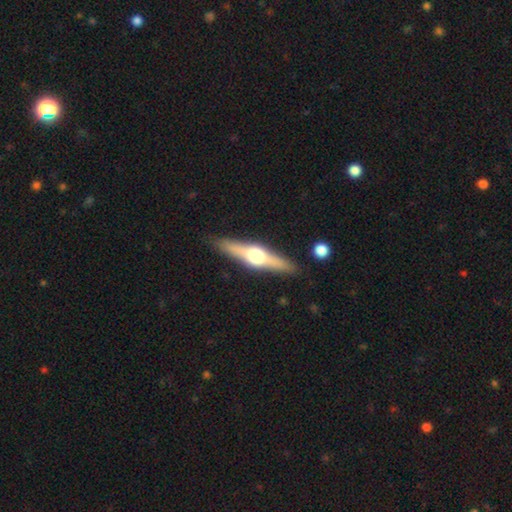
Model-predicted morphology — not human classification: Smooth or featured? Predicted: featured or disk (p=0.70). Edge-on disk? Predicted: yes (p=0.97). Edge-on bulge? Predicted: rounded (p=0.94). Merging? Predicted: none (p=0.88).